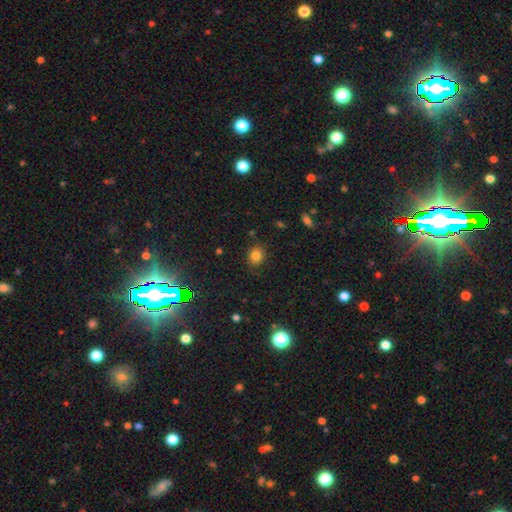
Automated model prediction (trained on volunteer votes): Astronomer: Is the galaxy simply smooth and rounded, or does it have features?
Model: smooth — 79%.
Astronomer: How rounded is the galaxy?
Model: round — 68%.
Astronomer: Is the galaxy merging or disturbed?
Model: none — 82%.